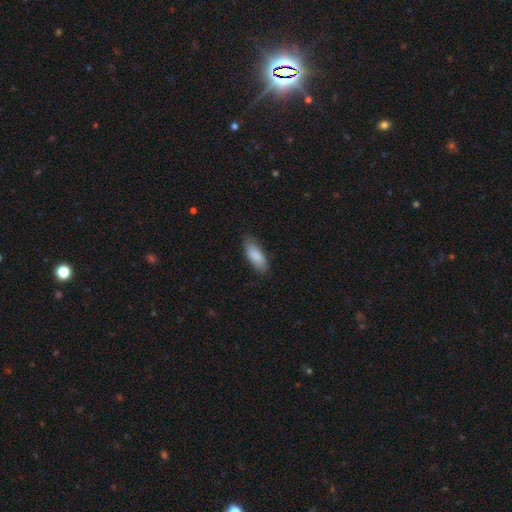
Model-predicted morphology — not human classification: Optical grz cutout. It shows a smooth galaxy with no disk features (88%) that is in between round and cigar-shaped (77%). Merging: none (81%).